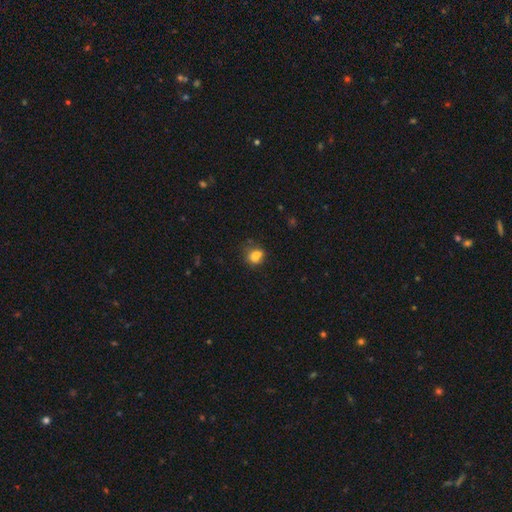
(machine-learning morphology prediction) A smooth galaxy with no disk features (76%) that is in between round and cigar-shaped (50%). Merging: none (50%).